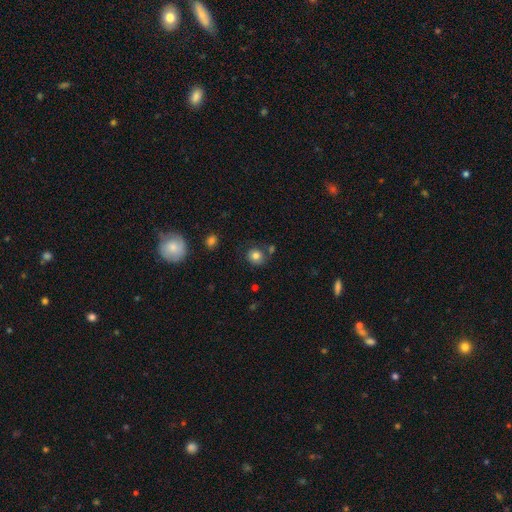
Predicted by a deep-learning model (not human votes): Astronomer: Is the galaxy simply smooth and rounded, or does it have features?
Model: smooth — 78%.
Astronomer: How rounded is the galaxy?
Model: round — 81%.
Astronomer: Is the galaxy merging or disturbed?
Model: none — 70%.